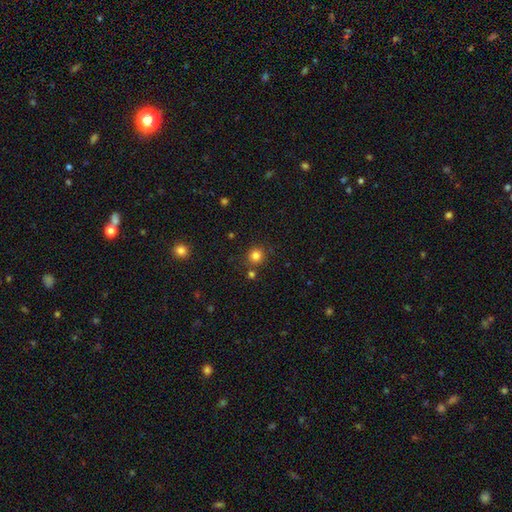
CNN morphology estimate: Smooth or featured? smooth (81%)
How rounded? round (91%)
Merging? none (82%)